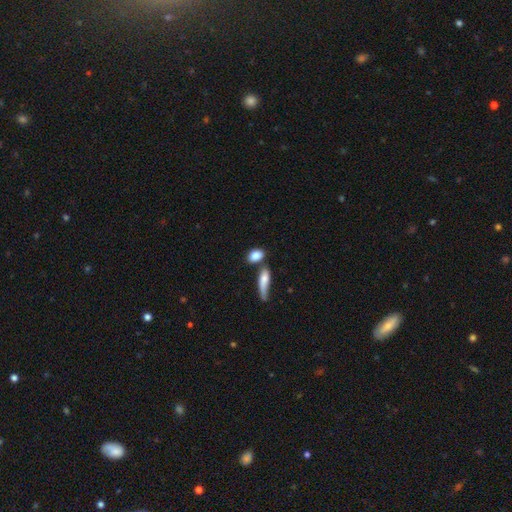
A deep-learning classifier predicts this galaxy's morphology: The model was most divided on "merging": none: 49%, merger: 30%, minor disturbance: 14%, major disturbance: 7%. More confident: smooth or featured — smooth (83%); how rounded — in between (74%).